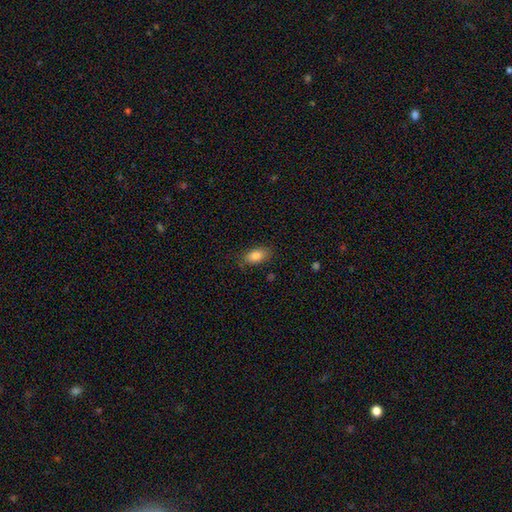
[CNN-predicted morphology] A smooth galaxy with no disk features (85%) that is in between round and cigar-shaped (89%).

Vote fractions:
- Smooth or featured? smooth: 85% / featured or disk: 8% / star or artifact: 8%
- How rounded? in between: 89% / round: 6% / cigar-shaped: 5%
- Merging? none: 80% / minor disturbance: 15% / major disturbance: 4% / merger: 1%